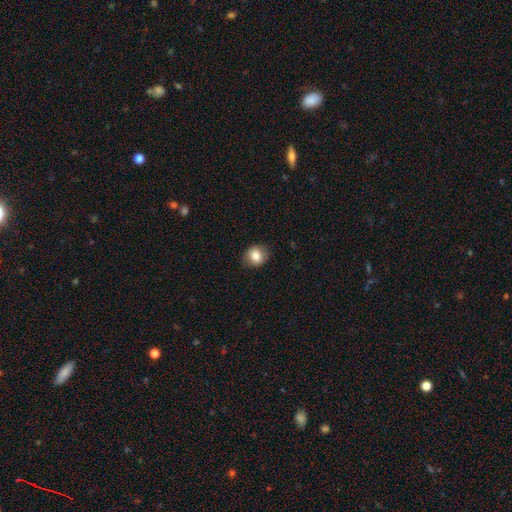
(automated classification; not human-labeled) Smooth or featured? smooth (83%)
How rounded? round (74%)
Merging? none (84%)